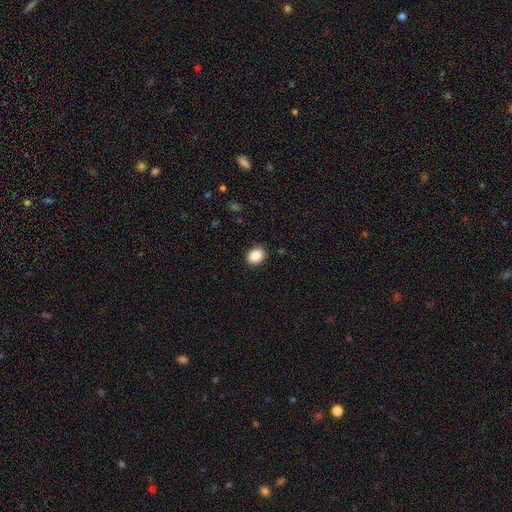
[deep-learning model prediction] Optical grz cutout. It shows a smooth galaxy with no disk features (87%) that is round (54%). Merging: none (91%).